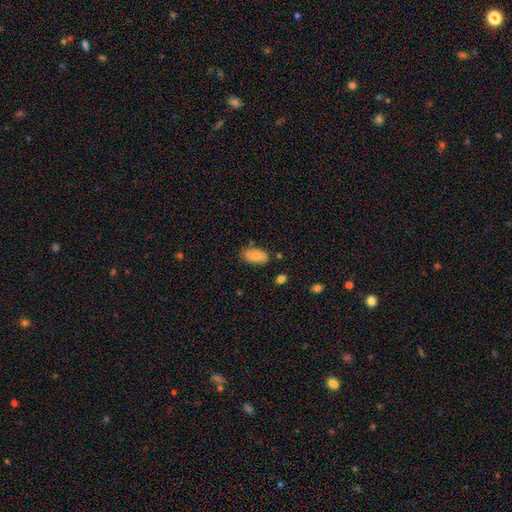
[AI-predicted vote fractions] Morphology: type=smooth (84%); roundness=in between (91%); merging=none (77%).